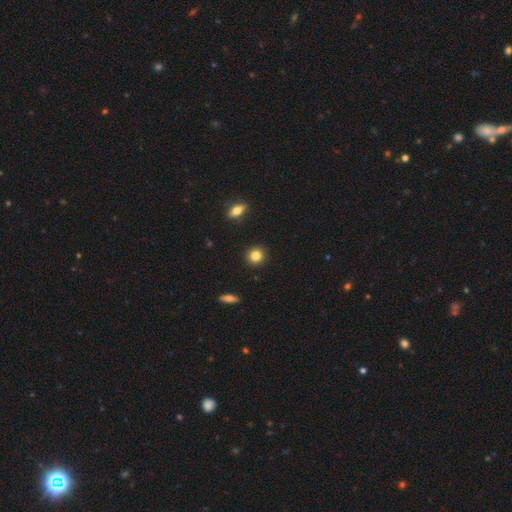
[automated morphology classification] Smooth or featured? smooth (84%)
How rounded? round (91%)
Merging? none (92%)